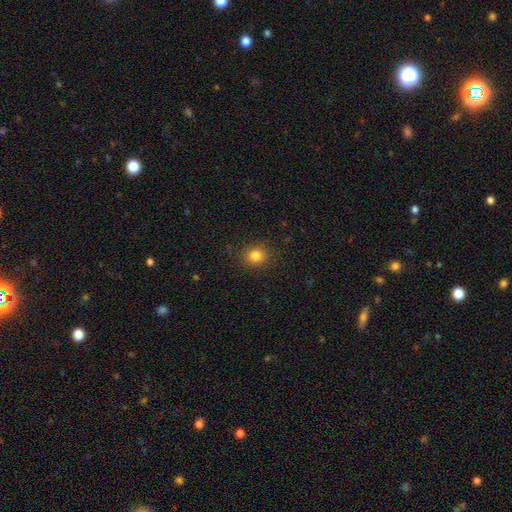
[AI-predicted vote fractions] smooth-or-featured: smooth: 82% | star or artifact: 13% | featured or disk: 5%
  how-rounded: round: 80% | in between: 19% | cigar-shaped: 1%
  merging: none: 88% | minor disturbance: 8% | major disturbance: 3% | merger: 1%